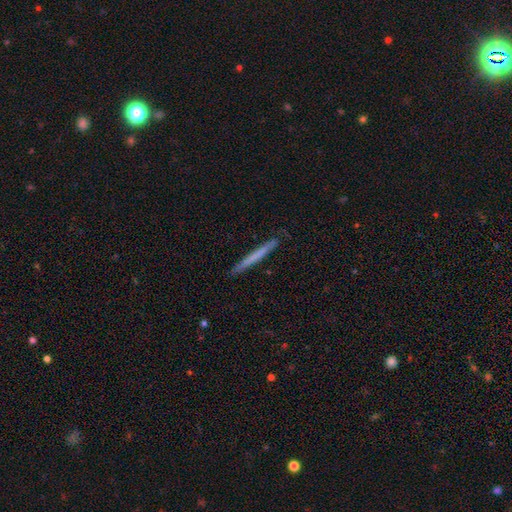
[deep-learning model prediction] Smooth or featured? smooth (56%)
How rounded? cigar-shaped (97%)
Merging? none (90%)